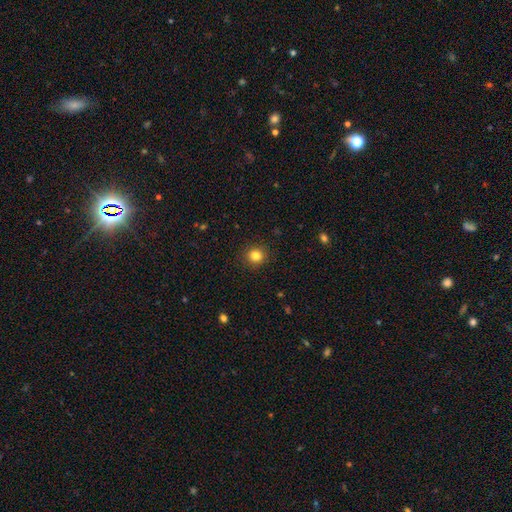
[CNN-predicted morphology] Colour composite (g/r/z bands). It shows a smooth galaxy with no disk features (83%) that is round (91%). Merging: none (92%).